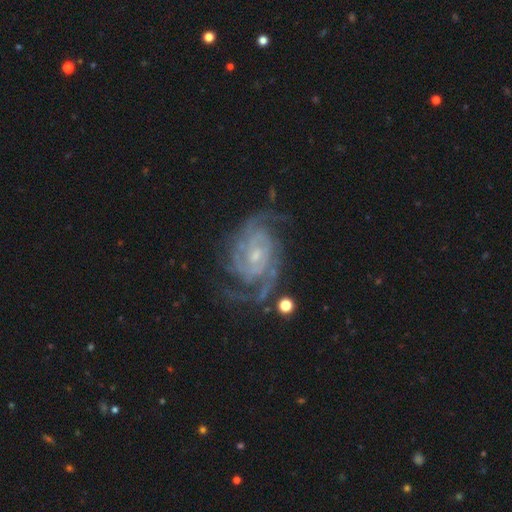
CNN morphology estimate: A featured or disk galaxy (92%) with no bar (47%), 2 (42%) tight (59%) spiral arms (98%) and a small central bulge (70%). Merging: none (69%).